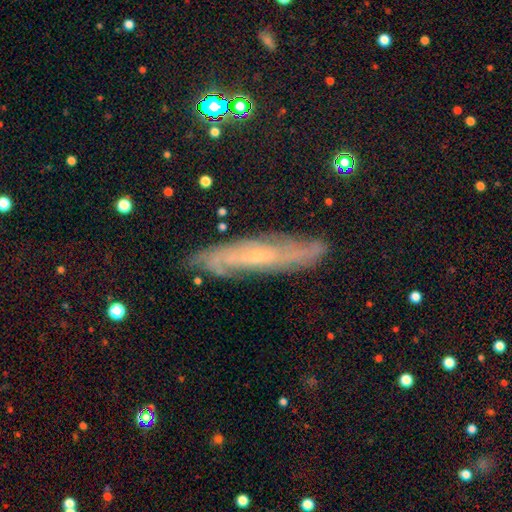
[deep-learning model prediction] Smooth or featured?
  - featured or disk: 77% *
  - smooth: 15%
  - star or artifact: 8%
Edge-on disk?
  - no: 67% *
  - yes: 33%
Bar?
  - no: 59% *
  - weak: 31%
  - strong: 10%
Spiral arms?
  - yes: 91% *
  - no: 9%
Bulge size?
  - small: 80% *
  - moderate: 15%
  - none: 3%
  - large: 1%
  - dominant: 1%
Merging?
  - none: 78% *
  - minor disturbance: 16%
  - major disturbance: 4%
  - merger: 2%